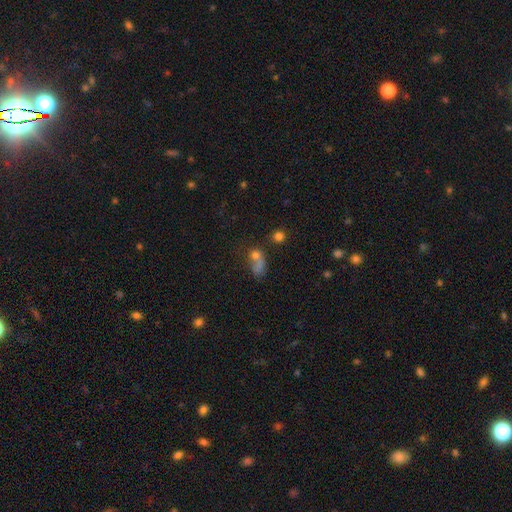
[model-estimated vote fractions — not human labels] Smooth or featured? Predicted: smooth (p=0.67). How rounded? Predicted: in between (p=0.52). Merging? Predicted: merger (p=0.41).